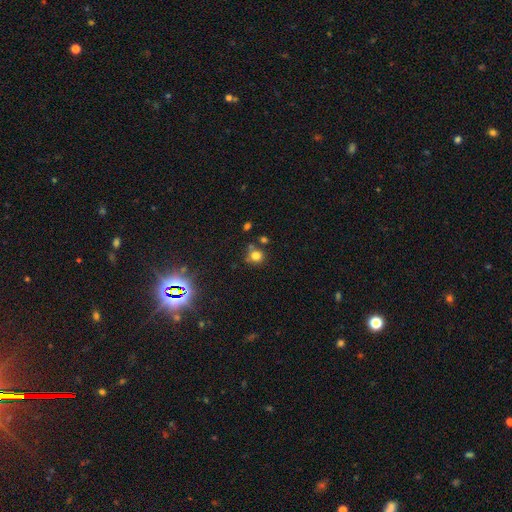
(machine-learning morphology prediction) Q: Smooth or featured?
A: smooth (77%); runner-up: star or artifact (15%)
Q: How rounded?
A: round (82%); runner-up: in between (17%)
Q: Merging?
A: none (67%); runner-up: minor disturbance (15%)